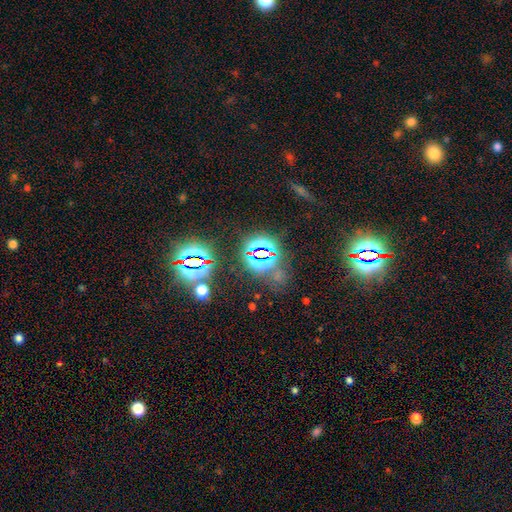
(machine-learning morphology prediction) Smooth or featured: star or artifact — 78% (smooth — 13%)